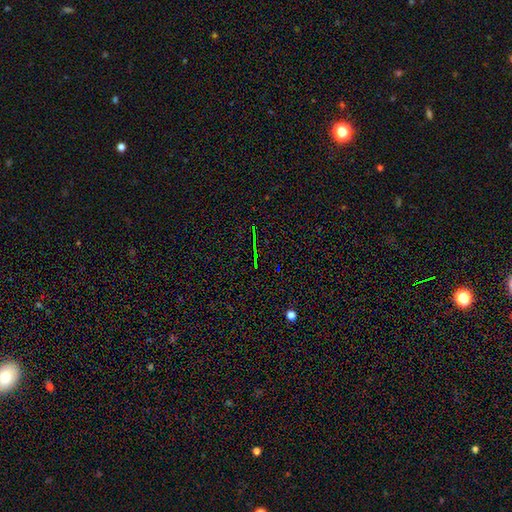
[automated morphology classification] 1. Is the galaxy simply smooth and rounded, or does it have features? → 75% star or artifact, 13% featured or disk, 12% smooth.